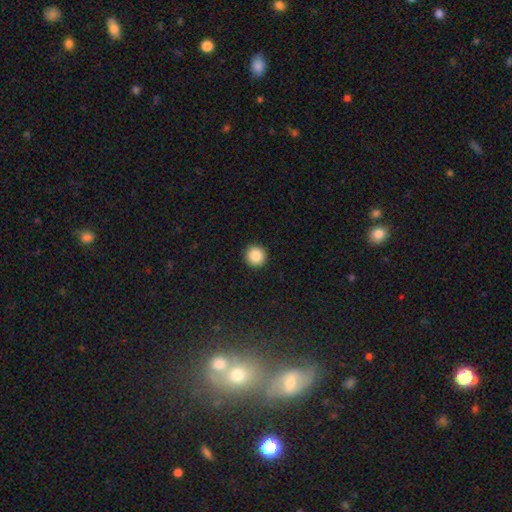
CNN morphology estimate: type=smooth (86%); roundness=round (95%); merging=none (93%).